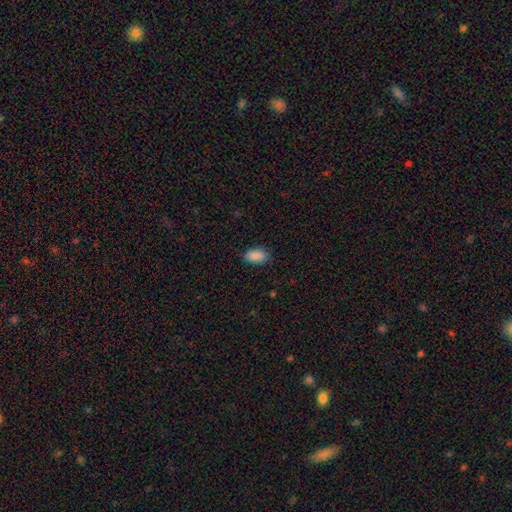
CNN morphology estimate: Overall: smooth (89%). How rounded: in between (93%). Merging: none (84%).